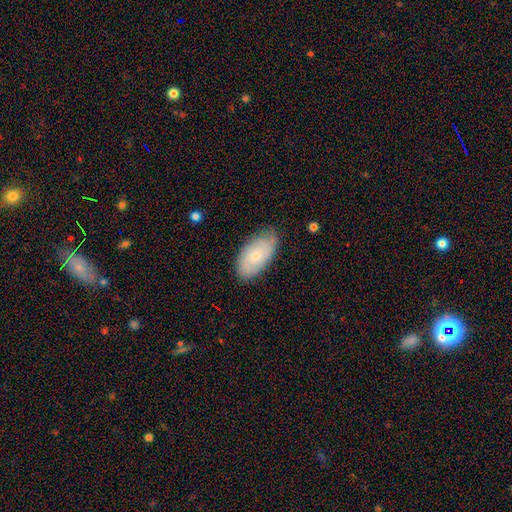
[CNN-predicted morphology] smooth 57%, featured or disk 36%, star or artifact 7%. Down the decision tree: how rounded — in between (94%); merging — none (72%).